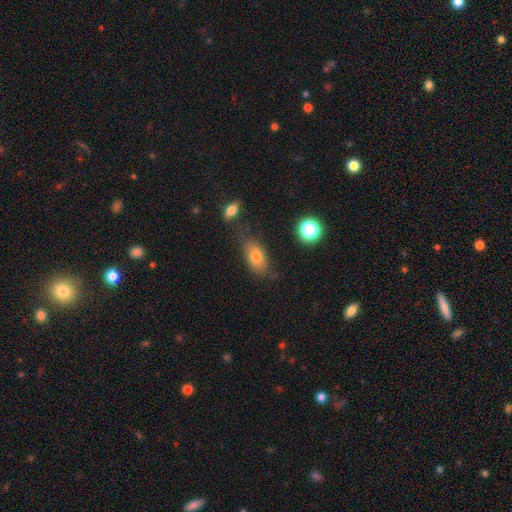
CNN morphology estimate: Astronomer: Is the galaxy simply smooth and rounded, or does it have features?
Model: smooth — 75%.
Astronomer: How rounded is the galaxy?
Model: in between — 87%.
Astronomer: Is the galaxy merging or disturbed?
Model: none — 69%.